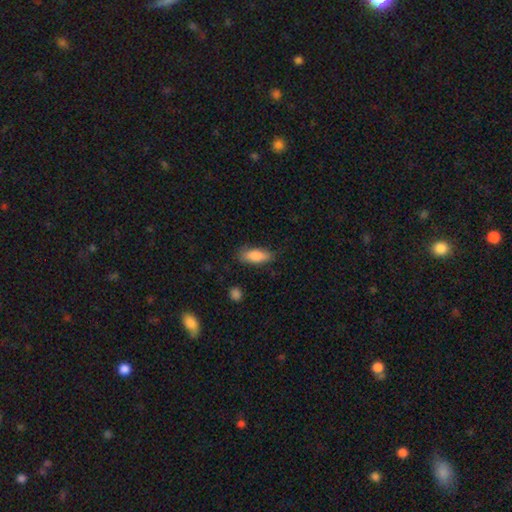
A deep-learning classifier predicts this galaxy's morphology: Smooth or featured: smooth — 84% (featured or disk — 10%)
How rounded: in between — 72% (cigar-shaped — 26%)
Merging: none — 78% (minor disturbance — 17%)